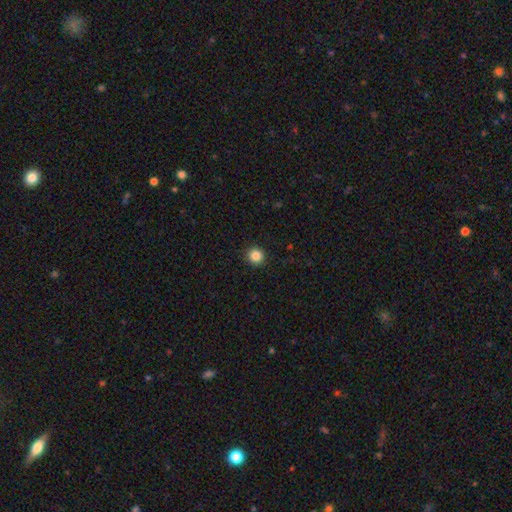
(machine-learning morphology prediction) The model was most divided on "smooth or featured": smooth: 86%, star or artifact: 11%, featured or disk: 4%. More confident: how rounded — round (94%); merging — none (93%).